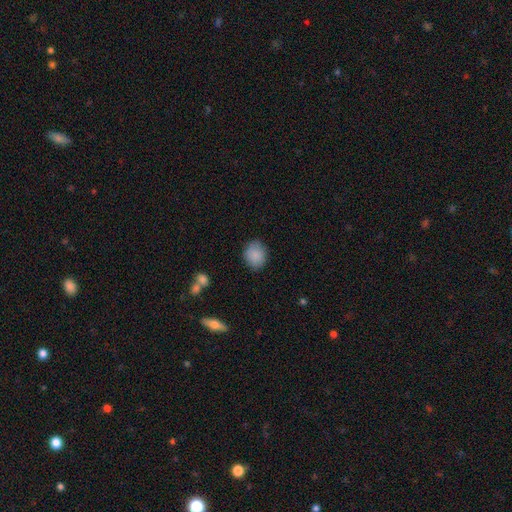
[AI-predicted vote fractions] Overall: smooth (87%). How rounded: round (59%; in between 40%). Merging: none (79%).